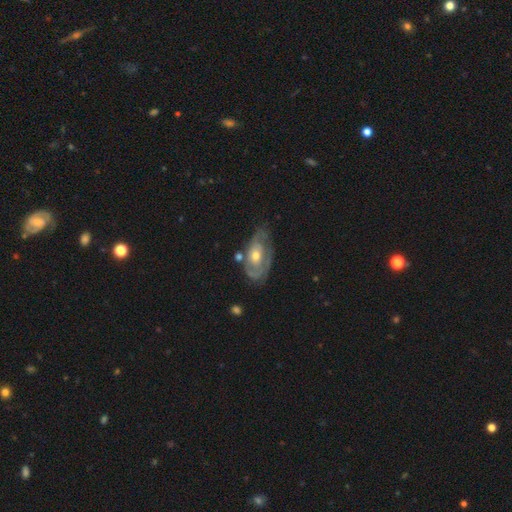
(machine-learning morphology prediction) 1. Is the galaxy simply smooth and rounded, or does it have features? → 77% featured or disk, 18% smooth, 5% star or artifact.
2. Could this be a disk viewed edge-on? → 93% no, 7% yes.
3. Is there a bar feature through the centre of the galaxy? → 76% no, 20% weak, 4% strong.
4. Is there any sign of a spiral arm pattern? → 79% yes, 21% no.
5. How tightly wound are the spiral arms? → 61% tight, 29% medium, 10% loose.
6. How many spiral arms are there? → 40% 2, 35% can't tell, 14% 1, 6% 3, 2% 4, 2% more than 4.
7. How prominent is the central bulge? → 63% moderate, 31% small, 4% large, 1% none, 1% dominant.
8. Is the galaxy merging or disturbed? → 60% none, 24% minor disturbance, 11% major disturbance, 5% merger.